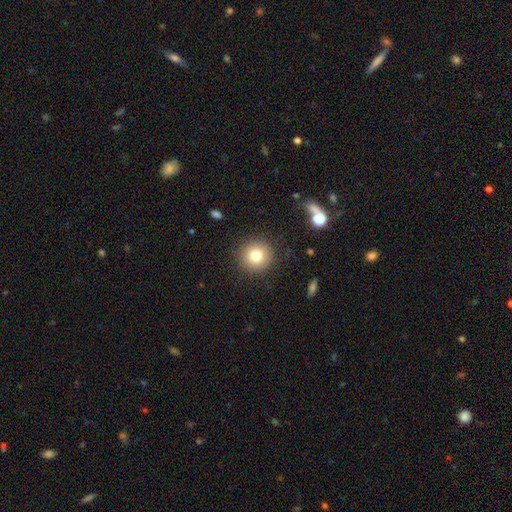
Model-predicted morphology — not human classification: Smooth or featured? smooth (79%)
How rounded? round (94%)
Merging? none (90%)